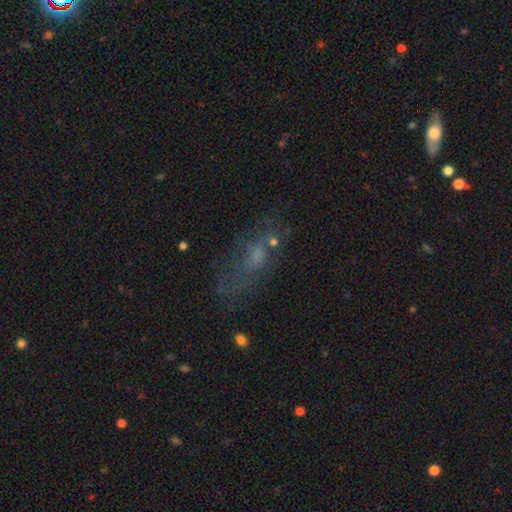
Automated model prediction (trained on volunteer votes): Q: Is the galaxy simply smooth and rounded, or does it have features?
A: featured or disk — 42%.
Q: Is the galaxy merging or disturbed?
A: none — 51%.